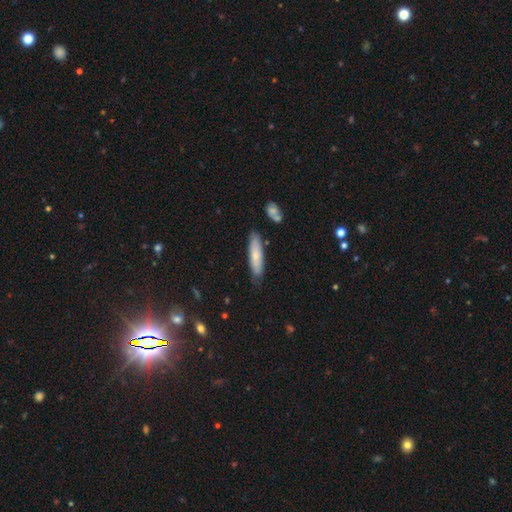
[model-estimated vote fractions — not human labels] smooth 71%, featured or disk 24%, star or artifact 6%. Down the decision tree: how rounded — cigar-shaped (74%); merging — none (78%).